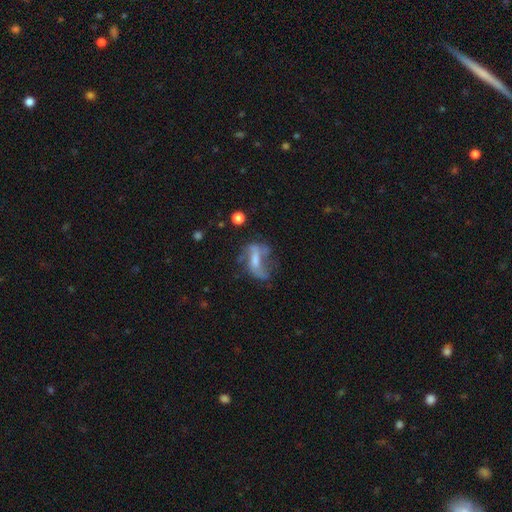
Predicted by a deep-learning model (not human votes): Morphology: type=featured or disk (63%); edge-on=no (90%); bar=no (37%); spiral arms=yes (63%); bulge=small (37%); merging=none (42%).